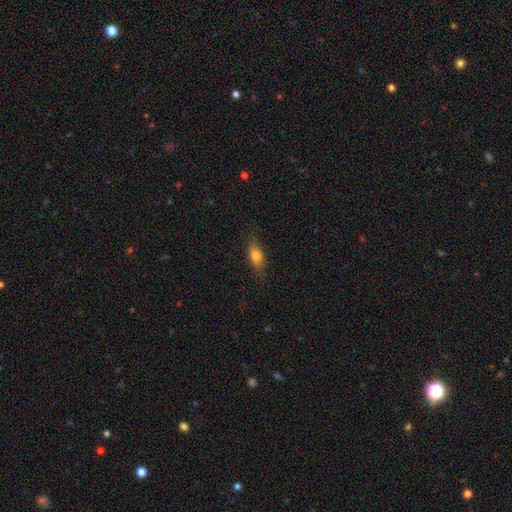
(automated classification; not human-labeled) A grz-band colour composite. It shows a smooth galaxy with no disk features (78%) that is in between round and cigar-shaped (79%). Merging: none (81%).